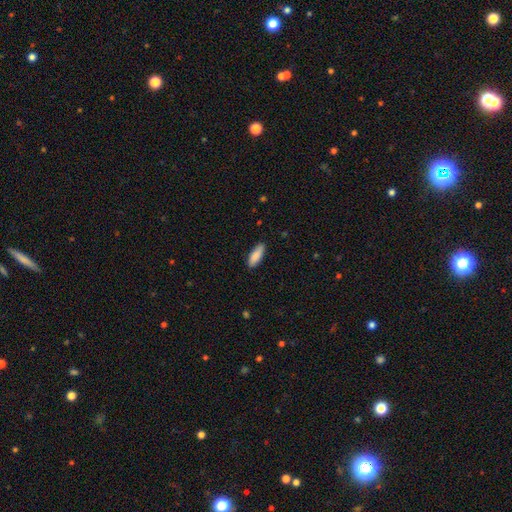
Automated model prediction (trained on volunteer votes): Morphology: type=smooth (88%); roundness=in between (65%); merging=none (86%).